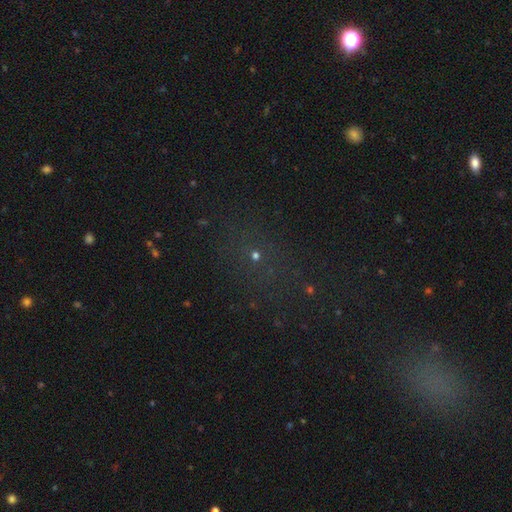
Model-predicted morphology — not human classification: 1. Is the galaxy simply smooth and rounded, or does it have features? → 47% smooth, 41% star or artifact, 11% featured or disk.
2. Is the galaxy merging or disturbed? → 80% none, 10% minor disturbance, 5% merger, 5% major disturbance.